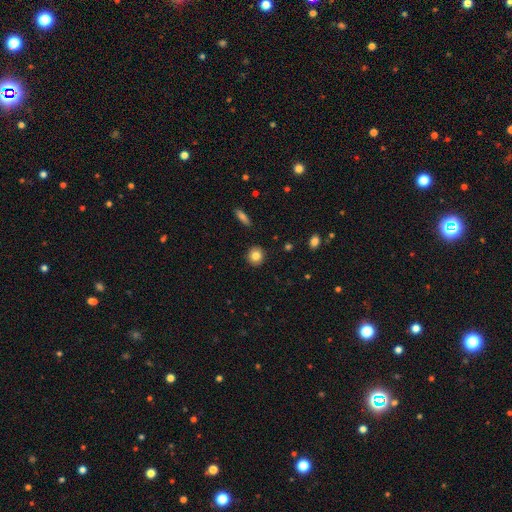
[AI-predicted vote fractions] smooth_or_featured: smooth (p=0.82) [alt: star or artifact p=0.09]
how_rounded: round (p=0.85) [alt: in between p=0.14]
merging: none (p=0.91) [alt: minor disturbance p=0.06]